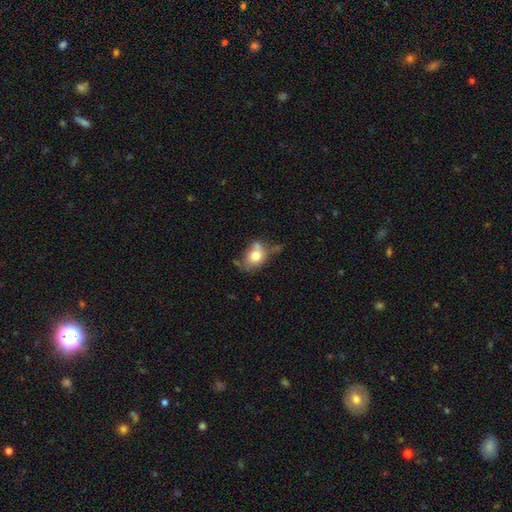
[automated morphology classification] A smooth galaxy with no disk features (72%) that is in between round and cigar-shaped (62%).

Vote fractions:
- Smooth or featured? smooth: 72% / featured or disk: 18% / star or artifact: 10%
- How rounded? in between: 62% / round: 37% / cigar-shaped: 2%
- Merging? none: 41% / minor disturbance: 28% / merger: 18% / major disturbance: 13%